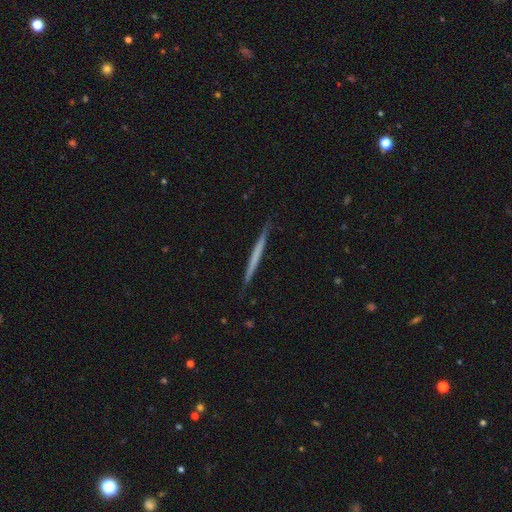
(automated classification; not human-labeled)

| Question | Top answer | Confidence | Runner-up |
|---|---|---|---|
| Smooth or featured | featured or disk | 48% | smooth (47%) |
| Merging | none | 90% | minor disturbance (8%) |